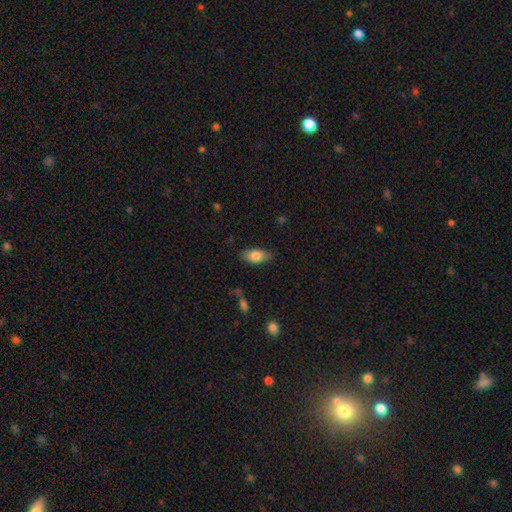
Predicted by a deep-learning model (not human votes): A smooth galaxy with no disk features (82%) that is in between round and cigar-shaped (90%).

Vote fractions:
- Smooth or featured? smooth: 82% / featured or disk: 12% / star or artifact: 7%
- How rounded? in between: 90% / cigar-shaped: 6% / round: 4%
- Merging? none: 83% / minor disturbance: 13% / major disturbance: 3% / merger: 1%